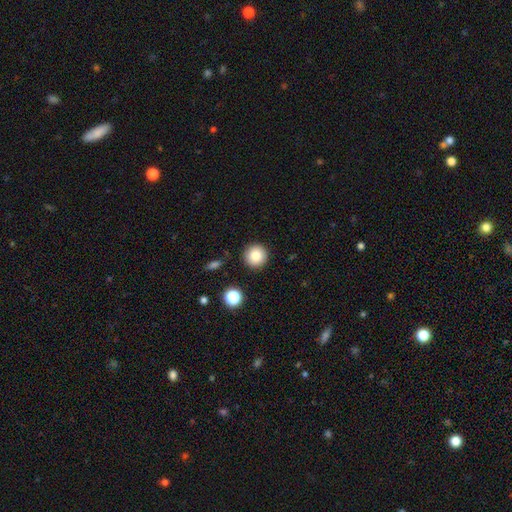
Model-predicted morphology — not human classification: This appears to be a smooth galaxy with no disk features (83%) that is round (95%). Merging: none (90%).